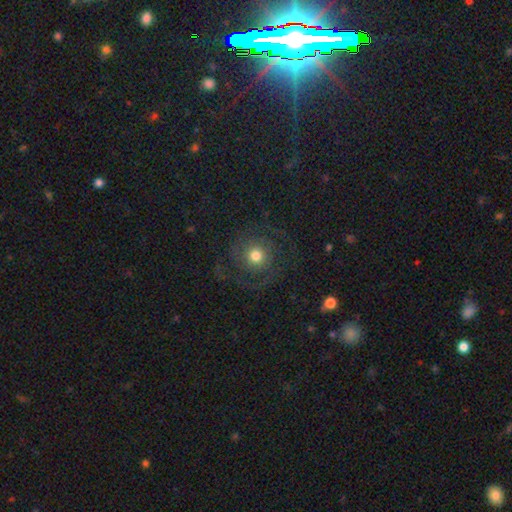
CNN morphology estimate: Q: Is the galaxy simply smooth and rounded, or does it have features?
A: featured or disk — 59%.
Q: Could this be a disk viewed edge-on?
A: no — 97%.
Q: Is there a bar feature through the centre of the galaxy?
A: no — 82%.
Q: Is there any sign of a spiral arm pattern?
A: yes — 84%.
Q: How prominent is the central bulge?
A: moderate — 67%.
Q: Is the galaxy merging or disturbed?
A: none — 74%.